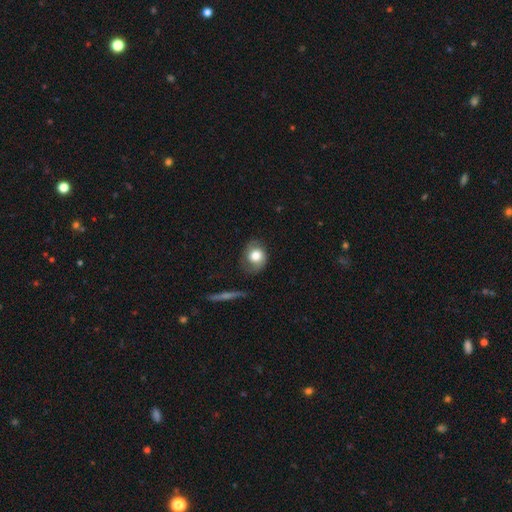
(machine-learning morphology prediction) type=smooth (61%); roundness=round (63%); merging=none (66%).